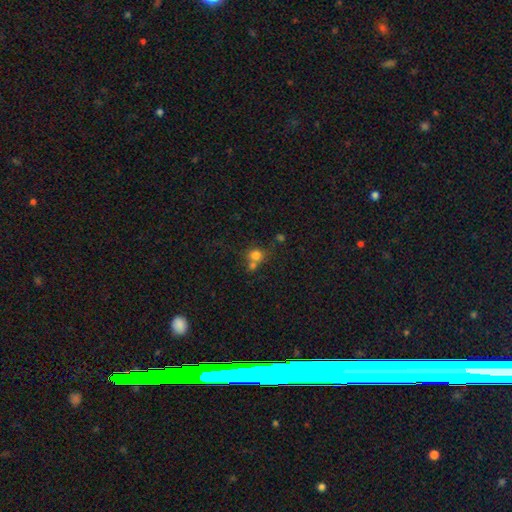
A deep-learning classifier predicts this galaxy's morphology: Smooth or featured: smooth — 76% (star or artifact — 14%)
How rounded: round — 82% (in between — 17%)
Merging: none — 44% (merger — 42%)